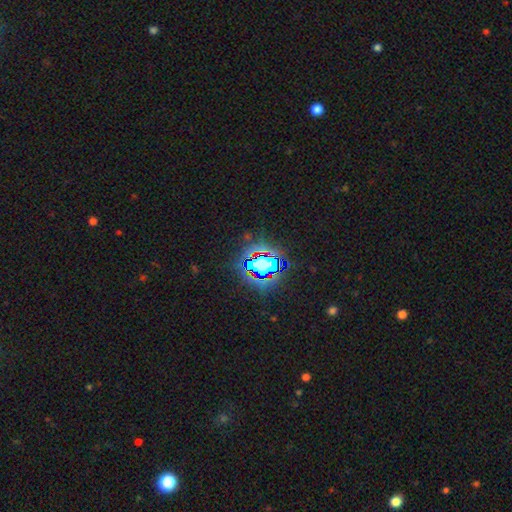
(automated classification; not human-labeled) A star or artifact, not a galaxy (82%).